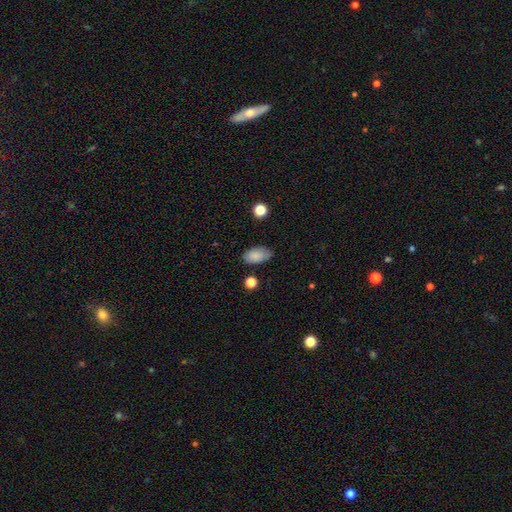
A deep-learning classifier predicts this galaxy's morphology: smooth 86%, star or artifact 8%, featured or disk 6%. Down the decision tree: how rounded — in between (93%); merging — none (77%).